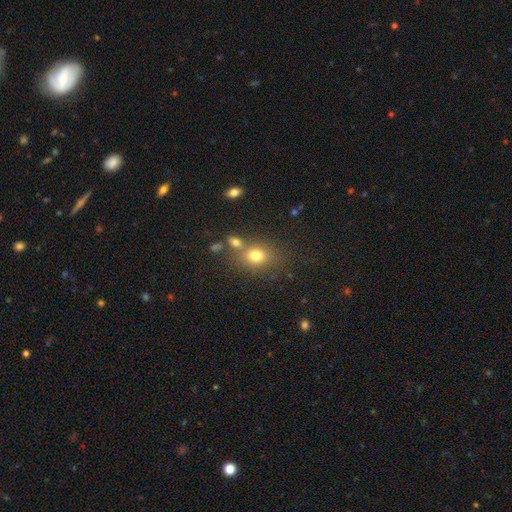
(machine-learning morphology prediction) Smooth or featured?
  - smooth: 75% *
  - star or artifact: 14%
  - featured or disk: 11%
How rounded?
  - in between: 49% * (tied)
  - round: 49% * (tied)
  - cigar-shaped: 1%
Merging?
  - none: 62% *
  - merger: 20%
  - minor disturbance: 13%
  - major disturbance: 6%